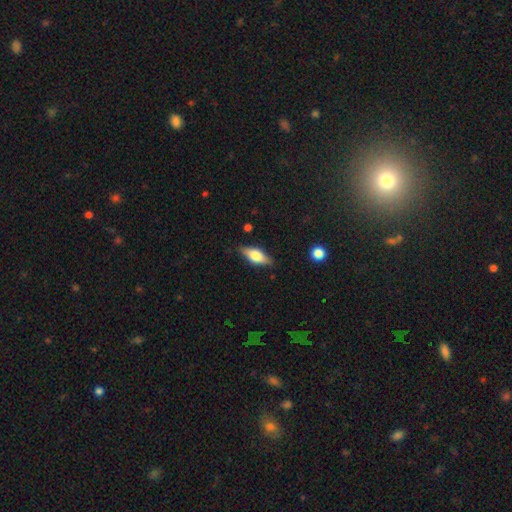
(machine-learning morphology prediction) smooth-or-featured: smooth: 53% | featured or disk: 40% | star or artifact: 7%
  how-rounded: in between: 73% | cigar-shaped: 23% | round: 4%
  merging: none: 82% | minor disturbance: 13% | major disturbance: 3% | merger: 1%